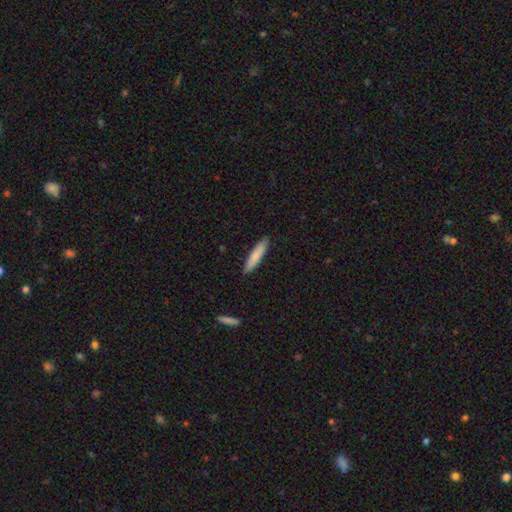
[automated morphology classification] smooth-or-featured: smooth: 81% | featured or disk: 13% | star or artifact: 6%
  how-rounded: cigar-shaped: 86% | in between: 13% | round: 1%
  merging: none: 89% | minor disturbance: 8% | major disturbance: 2% | merger: 1%